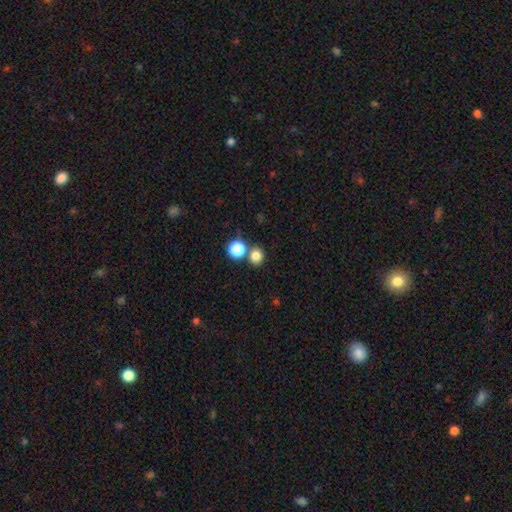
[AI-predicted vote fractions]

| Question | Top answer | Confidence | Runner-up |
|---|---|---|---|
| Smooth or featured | smooth | 81% | star or artifact (14%) |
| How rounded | round | 82% | in between (18%) |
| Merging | none | 69% | merger (21%) |